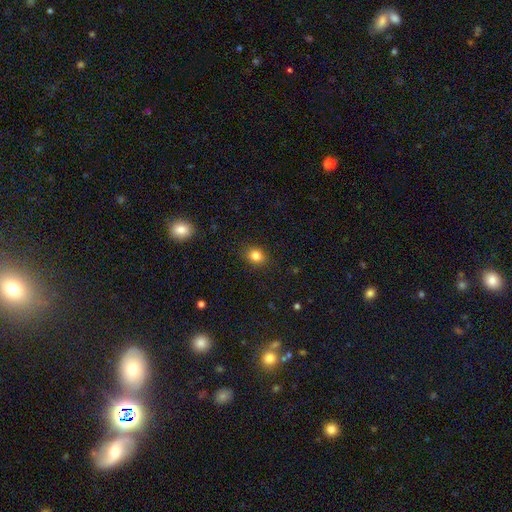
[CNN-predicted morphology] This is clearly a smooth galaxy (84%). How rounded: possibly round (57%). Merging: clearly none (89%).